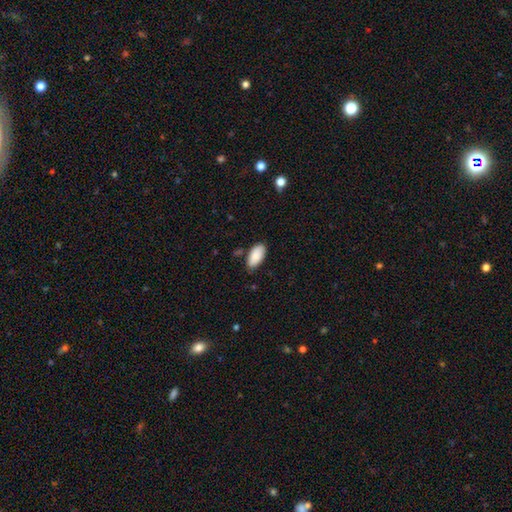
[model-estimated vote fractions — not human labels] Morphology: type=smooth (88%); roundness=in between (94%); merging=none (80%).